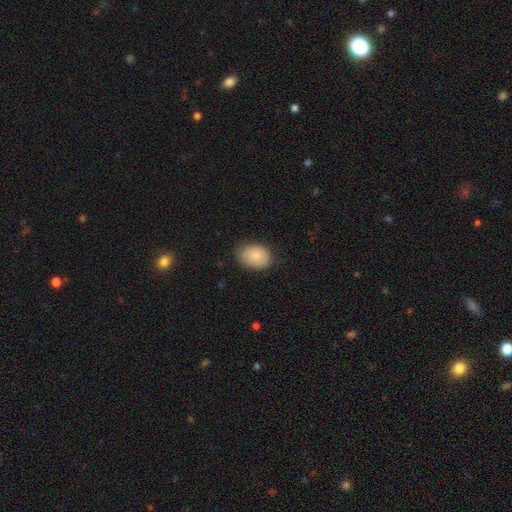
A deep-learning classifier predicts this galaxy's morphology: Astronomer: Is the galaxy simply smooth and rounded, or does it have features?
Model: smooth — 83%.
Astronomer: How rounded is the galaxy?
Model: in between — 77%.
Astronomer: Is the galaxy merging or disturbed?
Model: none — 77%.